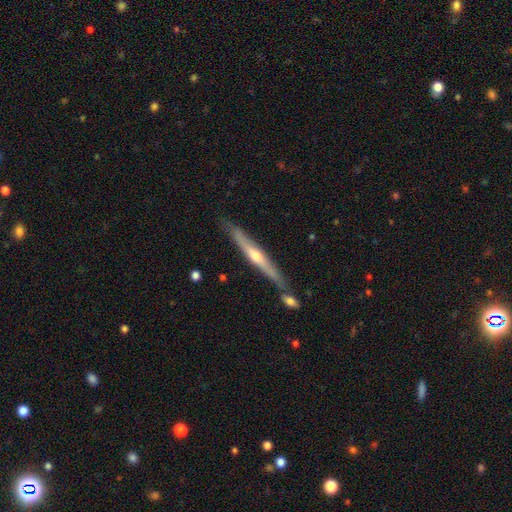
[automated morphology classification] The model was most divided on "smooth or featured": featured or disk: 67%, smooth: 28%, star or artifact: 5%. More confident: edge-on disk — yes (95%); edge-on bulge — rounded (79%); merging — none (73%).